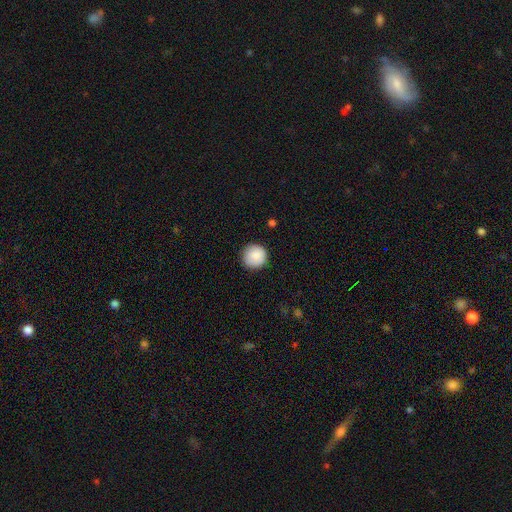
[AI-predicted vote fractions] A smooth galaxy with no disk features (88%) that is round (95%).

Vote fractions:
- Smooth or featured? smooth: 88% / star or artifact: 7% / featured or disk: 4%
- How rounded? round: 95% / in between: 4% / cigar-shaped: 1%
- Merging? none: 88% / minor disturbance: 9% / major disturbance: 2% / merger: 1%